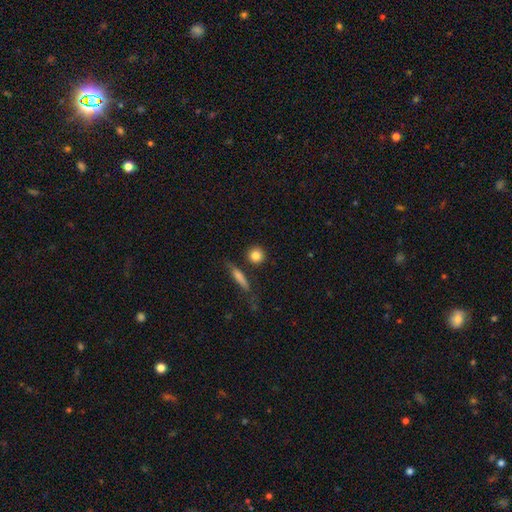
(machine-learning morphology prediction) This is clearly a smooth galaxy (83%). How rounded: clearly round (86%). Merging: clearly none (82%).